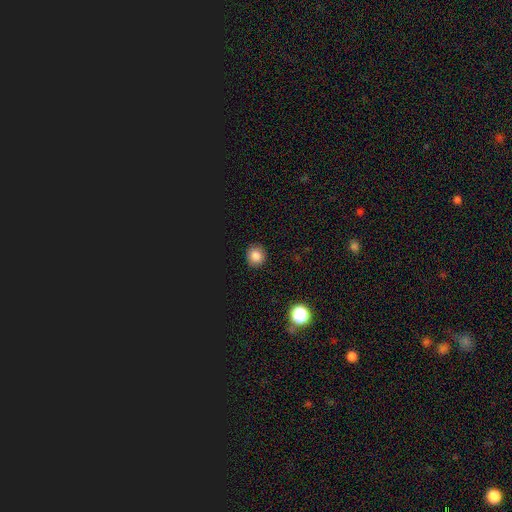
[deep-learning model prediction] Smooth or featured? smooth (79%)
How rounded? round (88%)
Merging? none (89%)